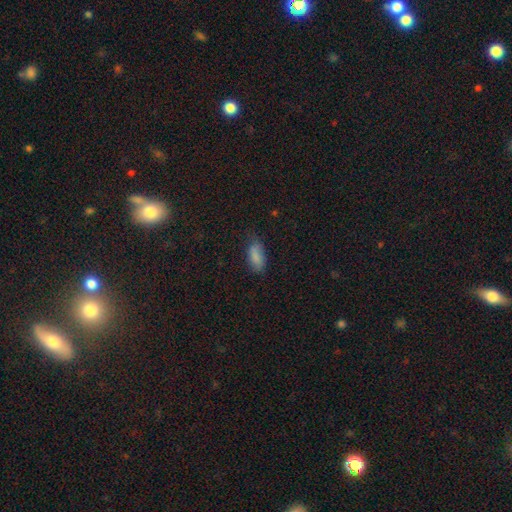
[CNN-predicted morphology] Q: Smooth or featured?
A: smooth (84%); runner-up: star or artifact (8%)
Q: How rounded?
A: in between (89%); runner-up: cigar-shaped (8%)
Q: Merging?
A: none (63%); runner-up: minor disturbance (28%)